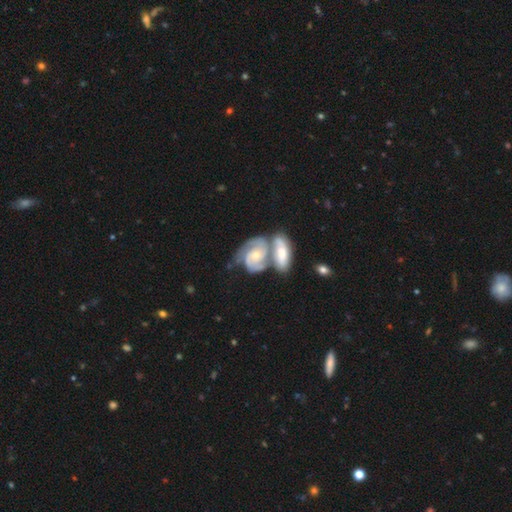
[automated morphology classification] Smooth or featured? featured or disk (84%)
Edge-on disk? no (97%)
Bar? no (61%)
Spiral arms? yes (96%)
Spiral winding? tight (50%)
Spiral arm count? 2 (65%)
Bulge size? small (49%)
Merging? merger (57%)